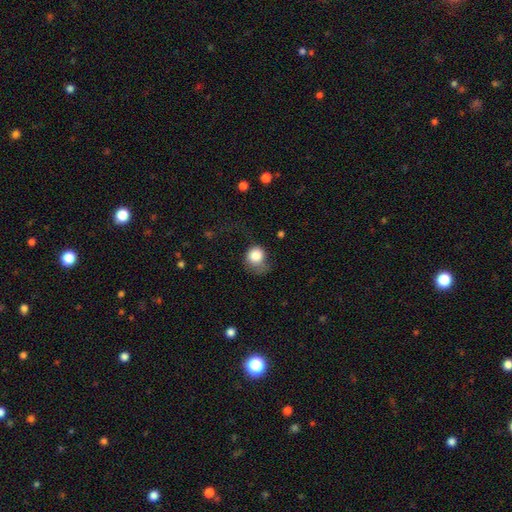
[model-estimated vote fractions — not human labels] This appears to be a smooth galaxy with no disk features (83%) that is round (76%). Merging: major disturbance (34%).